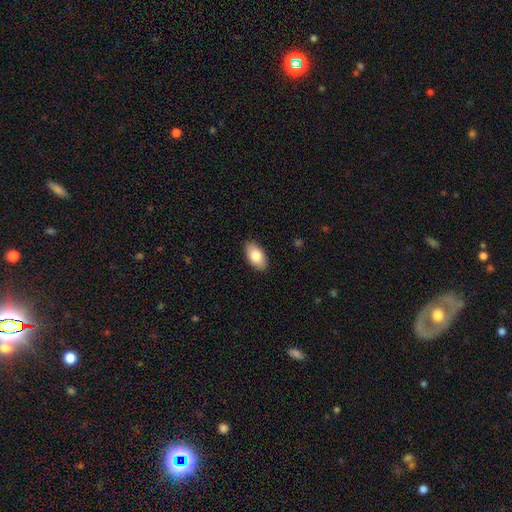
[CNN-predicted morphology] Overall: smooth (82%). How rounded: in between (94%). Merging: none (88%).